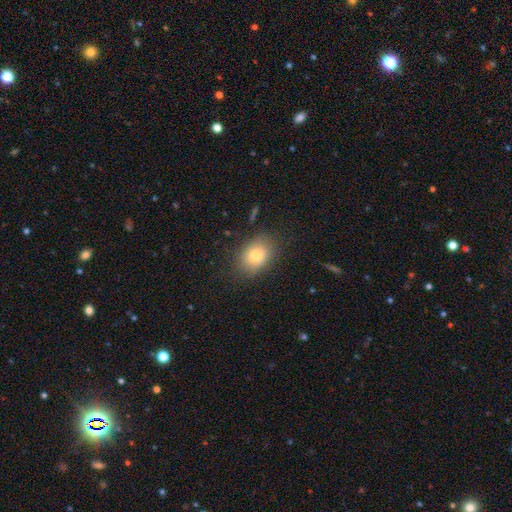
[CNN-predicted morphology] Smooth or featured: smooth — 78% (featured or disk — 12%)
How rounded: in between — 67% (round — 32%)
Merging: none — 81% (minor disturbance — 14%)